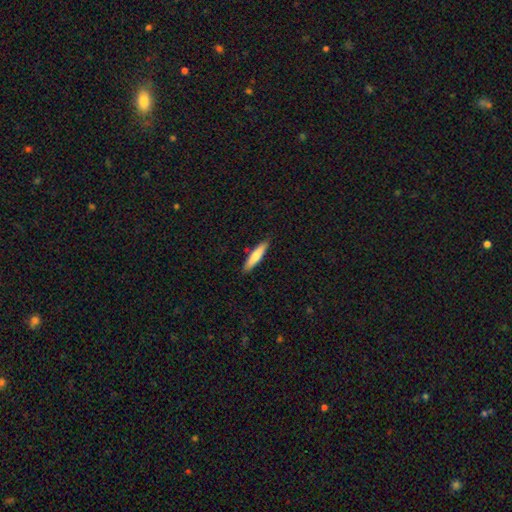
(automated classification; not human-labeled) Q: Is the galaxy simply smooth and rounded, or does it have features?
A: smooth — 73%.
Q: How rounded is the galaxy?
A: cigar-shaped — 82%.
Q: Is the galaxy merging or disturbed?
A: none — 89%.